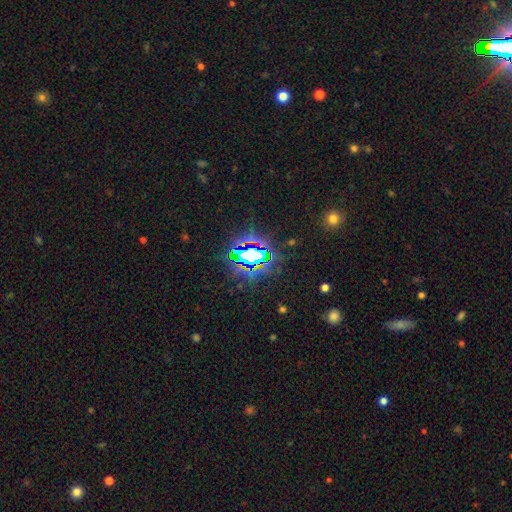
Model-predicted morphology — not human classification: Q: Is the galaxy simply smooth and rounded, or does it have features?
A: star or artifact — 75%.